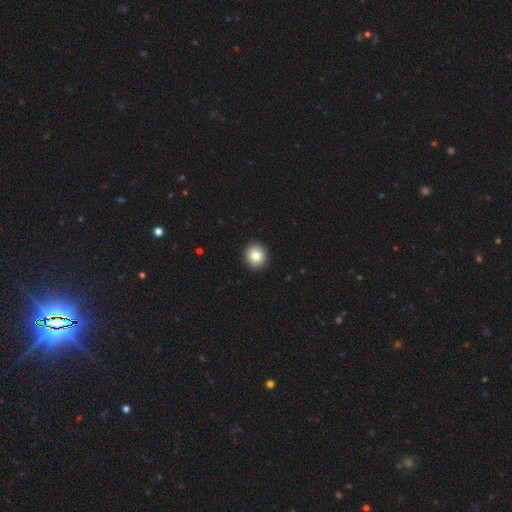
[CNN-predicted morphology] smooth_or_featured: smooth (p=0.83) [alt: star or artifact p=0.09]
how_rounded: round (p=0.91) [alt: in between p=0.08]
merging: none (p=0.93) [alt: minor disturbance p=0.04]